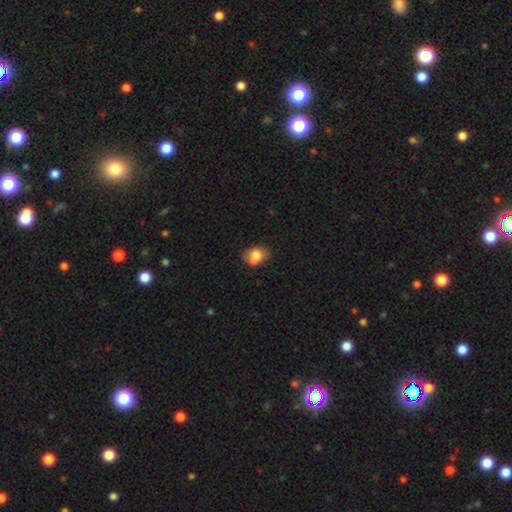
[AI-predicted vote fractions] Smooth or featured? smooth (75%)
How rounded? in between (61%)
Merging? none (49%)